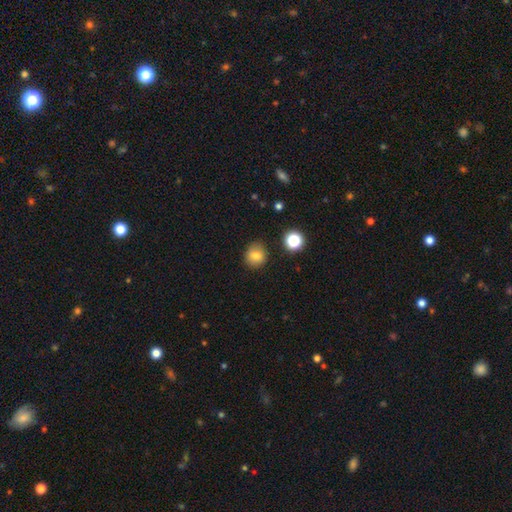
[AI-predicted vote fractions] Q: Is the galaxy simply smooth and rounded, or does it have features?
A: smooth — 80%.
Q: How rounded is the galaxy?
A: round — 84%.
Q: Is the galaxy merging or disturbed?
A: none — 84%.